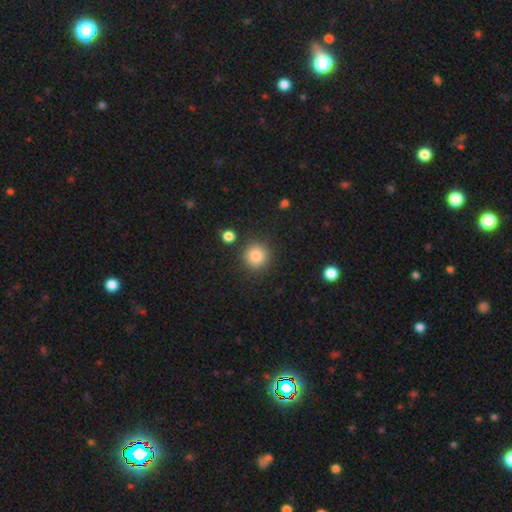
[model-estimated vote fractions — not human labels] Q: Smooth or featured?
A: smooth (87%); runner-up: star or artifact (10%)
Q: How rounded?
A: round (92%); runner-up: in between (7%)
Q: Merging?
A: none (86%); runner-up: minor disturbance (8%)